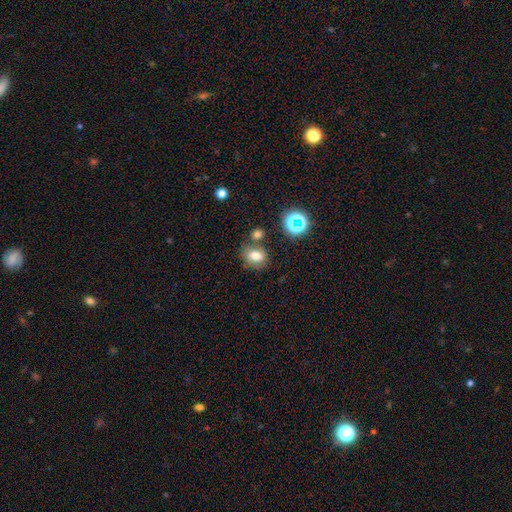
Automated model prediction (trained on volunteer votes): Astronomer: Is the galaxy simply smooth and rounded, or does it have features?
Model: smooth — 73%.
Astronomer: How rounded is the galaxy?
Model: in between — 56% (runner-up: round, 42%).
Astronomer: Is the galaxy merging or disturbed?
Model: none — 65%.